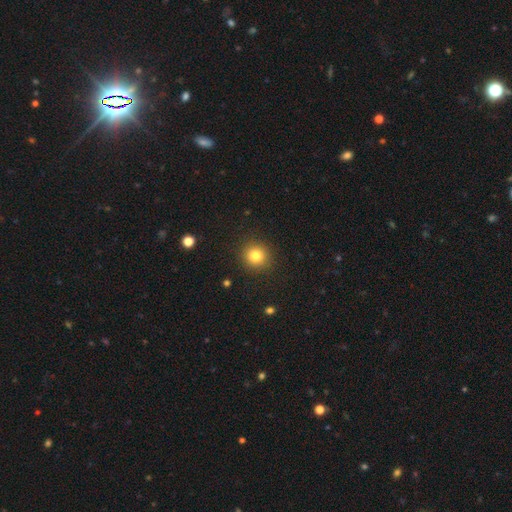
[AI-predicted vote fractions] smooth-or-featured: smooth: 81% | star or artifact: 12% | featured or disk: 7%
  how-rounded: round: 92% | in between: 7% | cigar-shaped: 1%
  merging: none: 90% | minor disturbance: 6% | major disturbance: 2% | merger: 1%